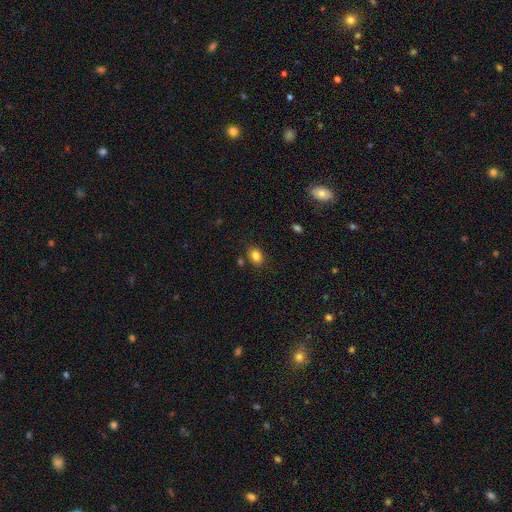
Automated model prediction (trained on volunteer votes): Smooth or featured? smooth (83%)
How rounded? in between (66%)
Merging? none (80%)